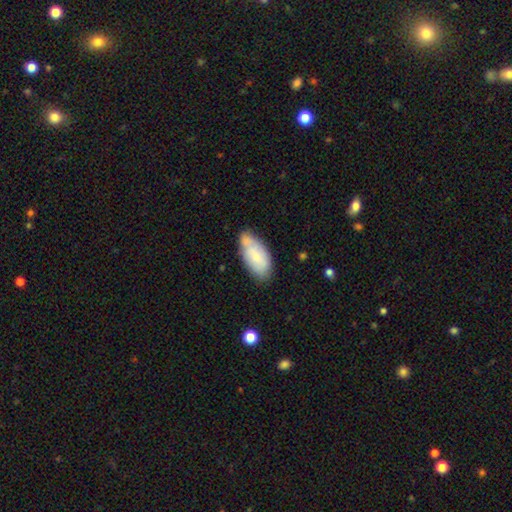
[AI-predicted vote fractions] Smooth or featured?
  - smooth: 67% *
  - featured or disk: 26%
  - star or artifact: 6%
How rounded?
  - in between: 92% *
  - cigar-shaped: 6%
  - round: 2%
Merging?
  - none: 61% *
  - minor disturbance: 28%
  - merger: 6%
  - major disturbance: 5%